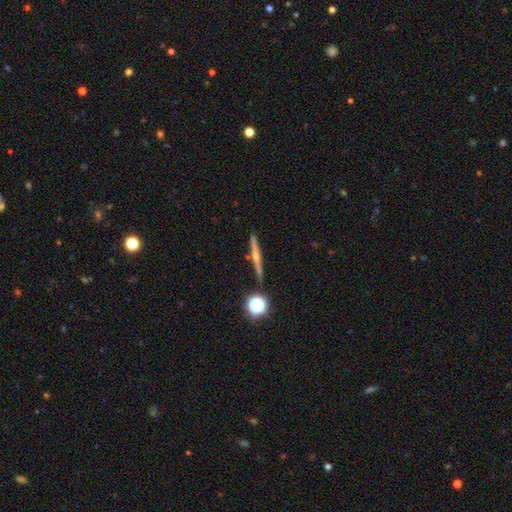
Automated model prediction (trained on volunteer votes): Smooth or featured: featured or disk — 62% (smooth — 22%)
Edge-on disk: yes — 91% (no — 9%)
Edge-on bulge: rounded — 72% (none — 21%)
Merging: none — 79% (minor disturbance — 10%)